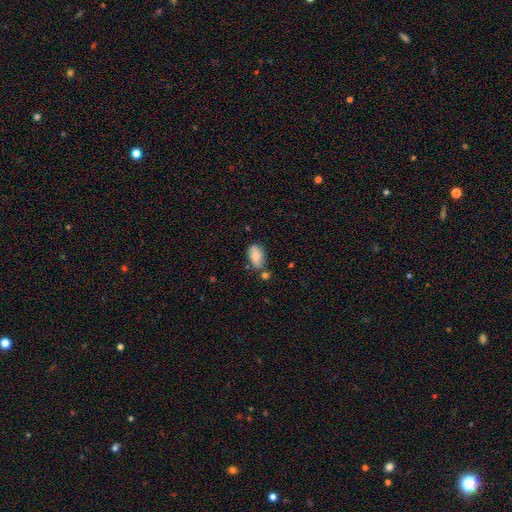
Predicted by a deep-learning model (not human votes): Overall: smooth (79%). How rounded: in between (92%). Merging: none (58%; minor disturbance 24%).